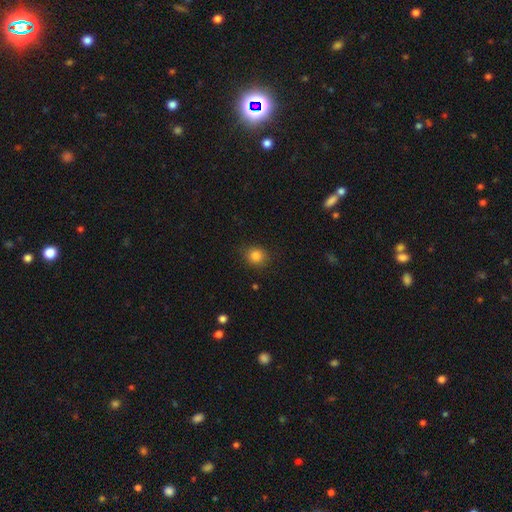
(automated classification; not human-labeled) Smooth or featured? Predicted: smooth (p=0.85). How rounded? Predicted: round (p=0.80). Merging? Predicted: none (p=0.84).